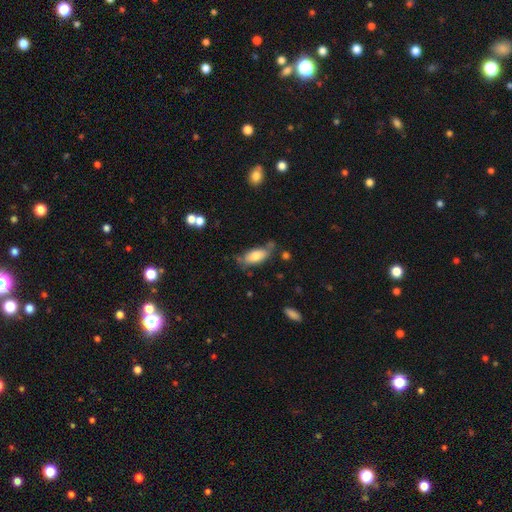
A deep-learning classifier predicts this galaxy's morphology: smooth-or-featured: smooth: 74% | featured or disk: 19% | star or artifact: 7%
  how-rounded: in between: 87% | cigar-shaped: 10% | round: 3%
  merging: none: 52% | minor disturbance: 29% | major disturbance: 11% | merger: 8%